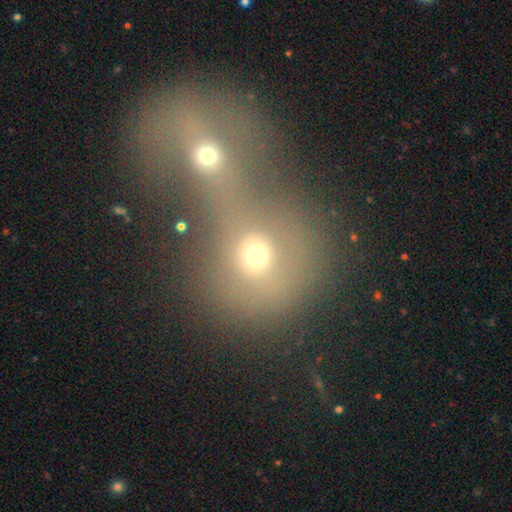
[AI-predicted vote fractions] Smooth or featured? smooth (62%)
How rounded? round (80%)
Merging? merger (78%)